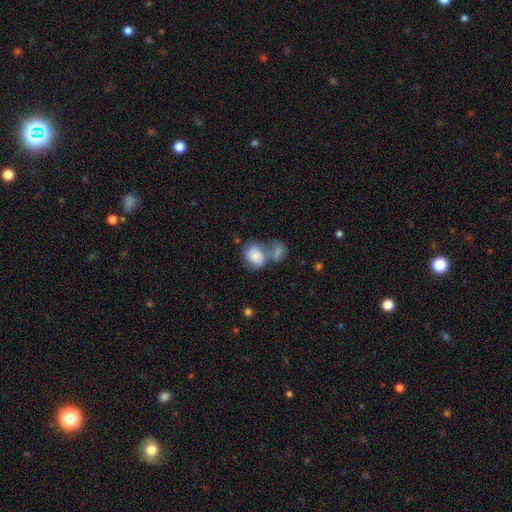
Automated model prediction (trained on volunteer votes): A smooth galaxy with no disk features (78%) that is in between round and cigar-shaped (62%).

Vote fractions:
- Smooth or featured? smooth: 78% / featured or disk: 15% / star or artifact: 7%
- How rounded? in between: 62% / round: 37% / cigar-shaped: 1%
- Merging? merger: 60% / none: 21% / minor disturbance: 11% / major disturbance: 8%